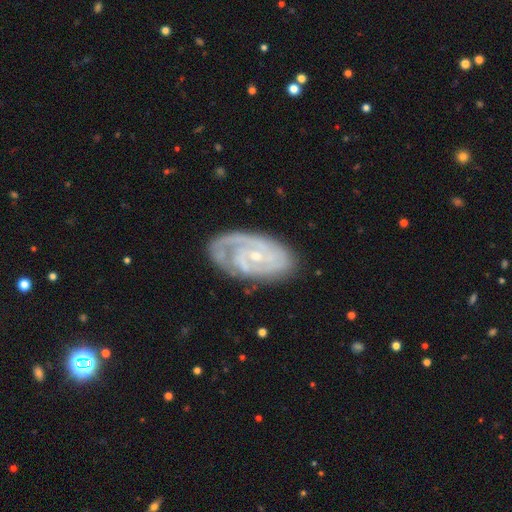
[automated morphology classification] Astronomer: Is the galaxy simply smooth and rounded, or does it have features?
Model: featured or disk — 88%.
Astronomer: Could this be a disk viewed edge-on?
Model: no — 96%.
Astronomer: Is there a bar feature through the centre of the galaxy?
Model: no — 54% (runner-up: weak, 36%).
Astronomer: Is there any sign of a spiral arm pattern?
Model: yes — 96%.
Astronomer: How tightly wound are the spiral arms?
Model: tight — 65%.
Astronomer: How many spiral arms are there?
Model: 2 — 53%.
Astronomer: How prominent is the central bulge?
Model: small — 73%.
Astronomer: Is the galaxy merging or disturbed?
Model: none — 73%.